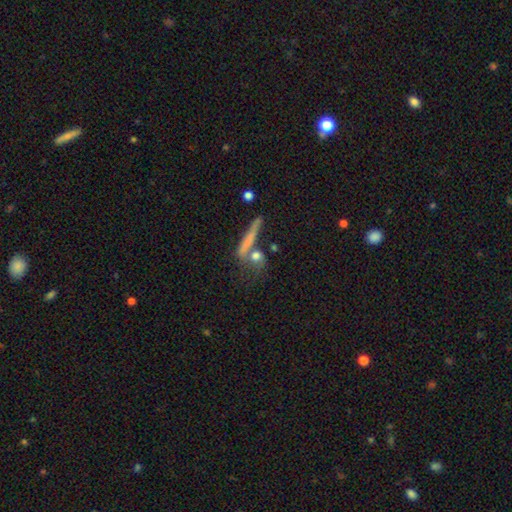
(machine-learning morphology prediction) The model was most divided on "how rounded": cigar-shaped: 48%, round: 32%, in between: 20%. Remaining: smooth or featured — smooth (60%); merging — none (50%).